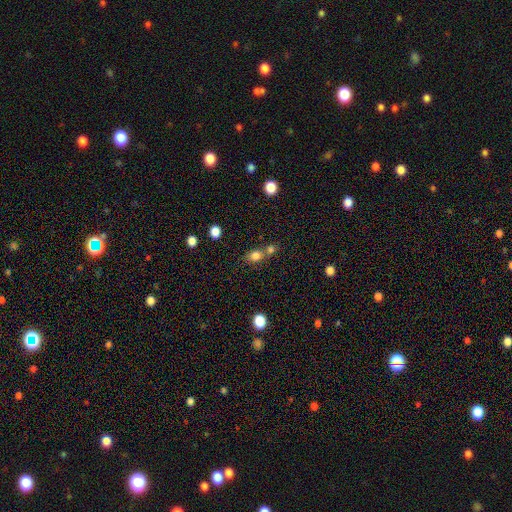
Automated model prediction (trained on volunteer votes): A smooth galaxy with no disk features (80%) that is round (53%). Merging: none (45%).